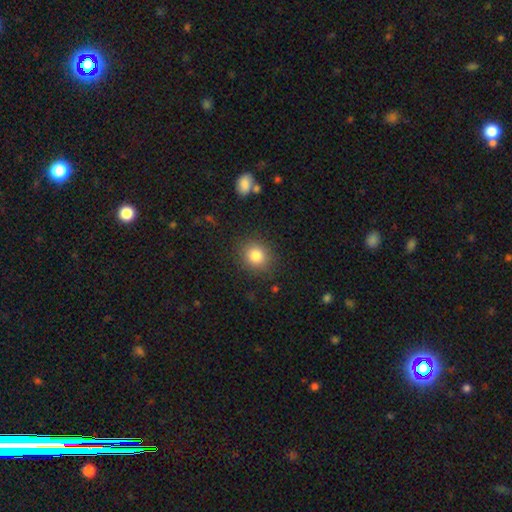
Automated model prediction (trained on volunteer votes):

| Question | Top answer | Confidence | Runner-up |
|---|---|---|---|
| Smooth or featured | smooth | 83% | star or artifact (11%) |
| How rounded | round | 81% | in between (18%) |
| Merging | none | 87% | minor disturbance (9%) |